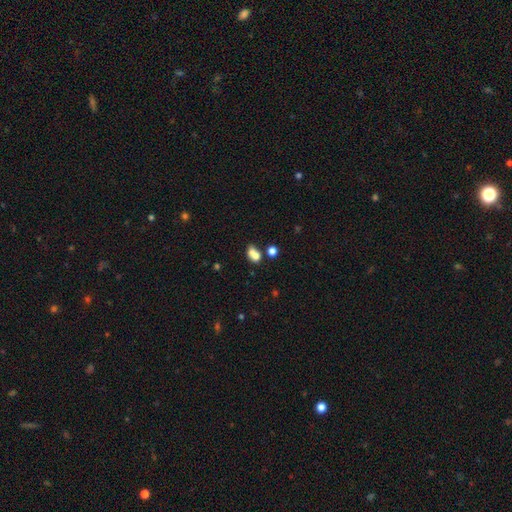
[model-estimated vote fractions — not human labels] Q: Smooth or featured?
A: smooth (74%); runner-up: featured or disk (13%)
Q: How rounded?
A: in between (69%); runner-up: round (29%)
Q: Merging?
A: merger (45%); runner-up: none (32%)